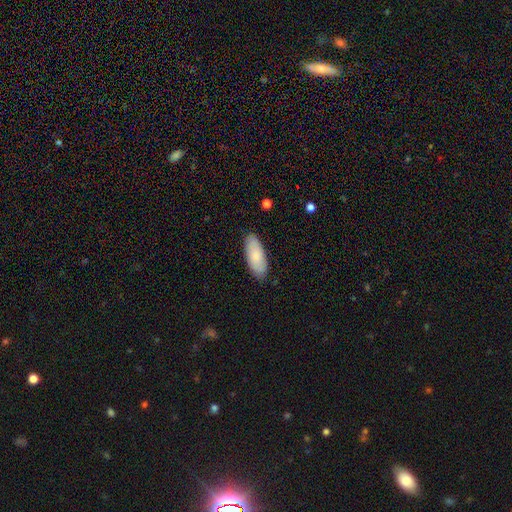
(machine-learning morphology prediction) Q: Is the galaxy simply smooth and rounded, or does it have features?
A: smooth — 82%.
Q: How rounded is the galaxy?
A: in between — 79%.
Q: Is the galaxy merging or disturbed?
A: none — 86%.